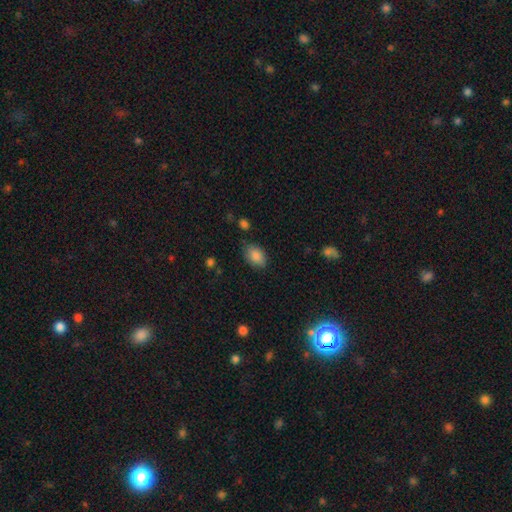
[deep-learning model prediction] This is clearly a smooth galaxy (86%). How rounded: clearly in between (84%). Merging: likely none (79%).